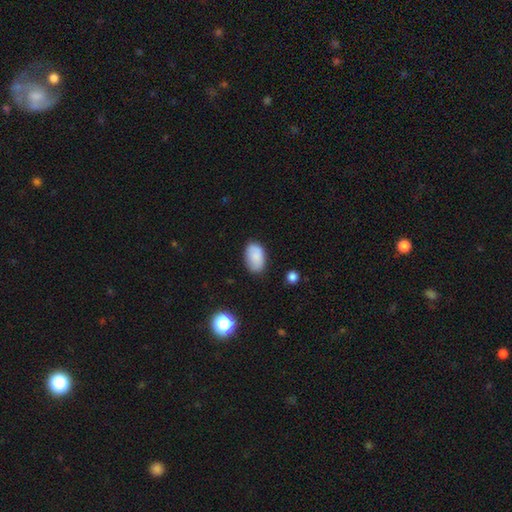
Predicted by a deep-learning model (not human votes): Smooth or featured? Predicted: smooth (p=0.86). How rounded? Predicted: in between (p=0.92). Merging? Predicted: none (p=0.79).